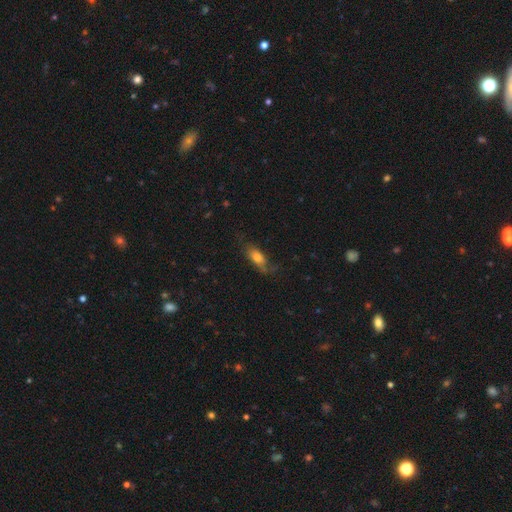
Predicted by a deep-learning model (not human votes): Smooth or featured?
  - smooth: 60% *
  - featured or disk: 29%
  - star or artifact: 11%
How rounded?
  - in between: 71% *
  - cigar-shaped: 23%
  - round: 6%
Merging?
  - none: 57% *
  - minor disturbance: 26%
  - major disturbance: 15%
  - merger: 2%